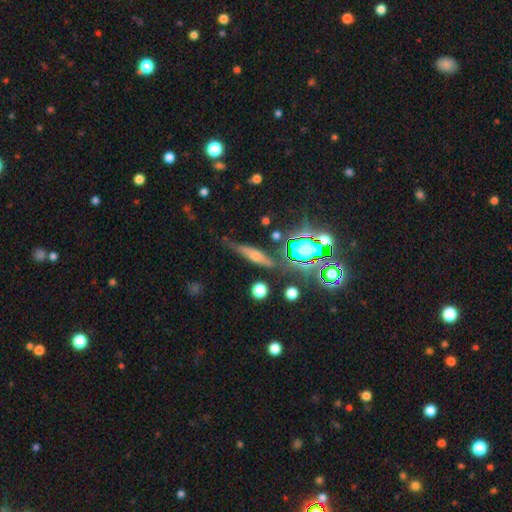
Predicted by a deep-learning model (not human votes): featured or disk 44%, smooth 34%, star or artifact 22%. Down the decision tree: merging — none (73%).